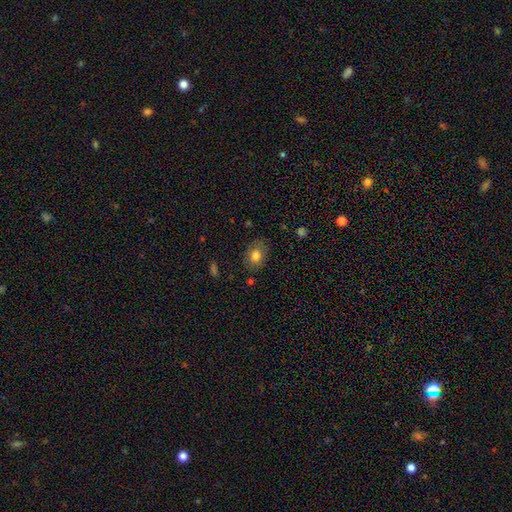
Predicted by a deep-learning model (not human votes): Overall: smooth (78%). How rounded: in between (67%; round 32%). Merging: none (77%).